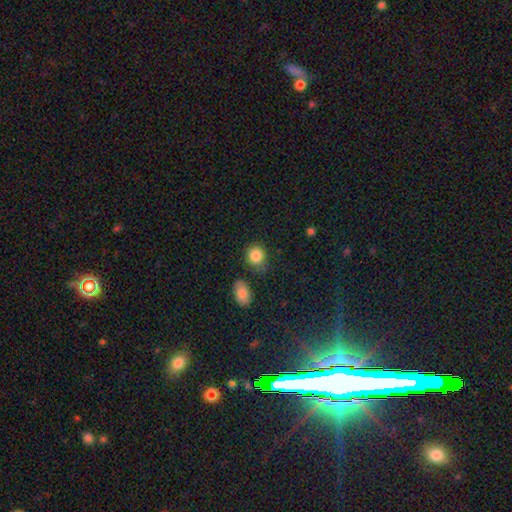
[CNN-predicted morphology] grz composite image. It shows a smooth galaxy with no disk features (86%) that is round (78%). Merging: none (73%).